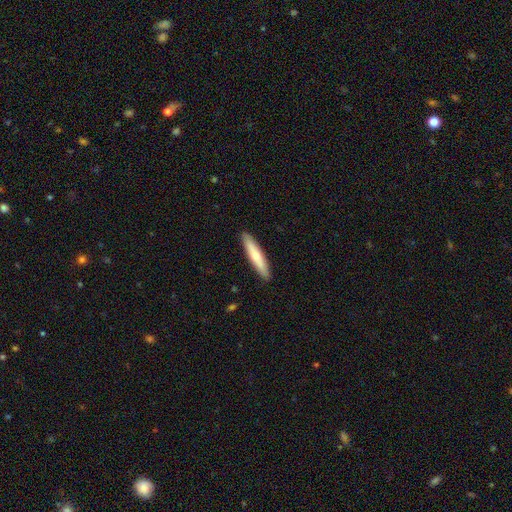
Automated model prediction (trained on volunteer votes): Smooth or featured? Predicted: smooth (p=0.63). How rounded? Predicted: cigar-shaped (p=0.89). Merging? Predicted: none (p=0.91).